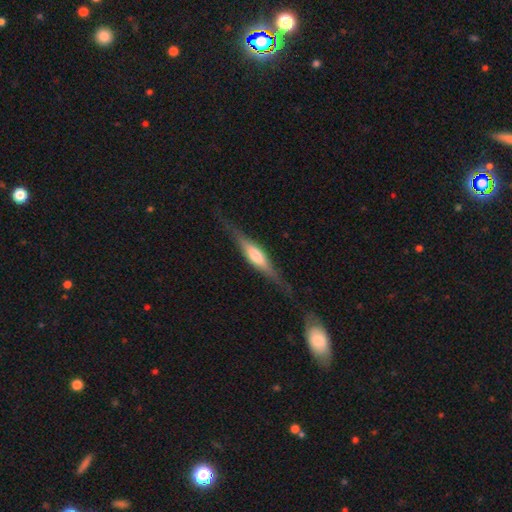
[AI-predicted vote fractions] Smooth or featured? featured or disk (68%)
Edge-on disk? yes (95%)
Edge-on bulge? rounded (69%)
Merging? none (81%)